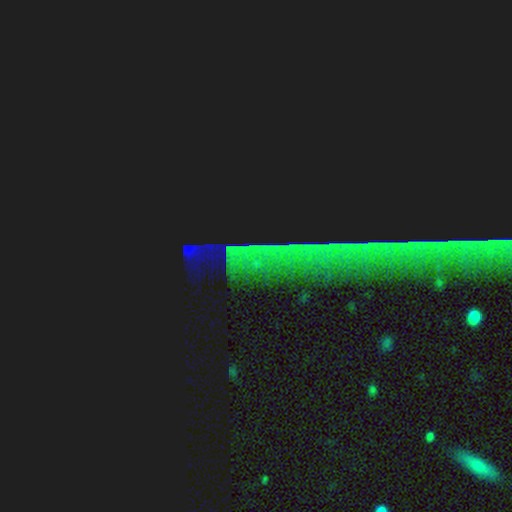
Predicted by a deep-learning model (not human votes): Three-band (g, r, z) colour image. It shows a star or artifact, not a galaxy (81%).